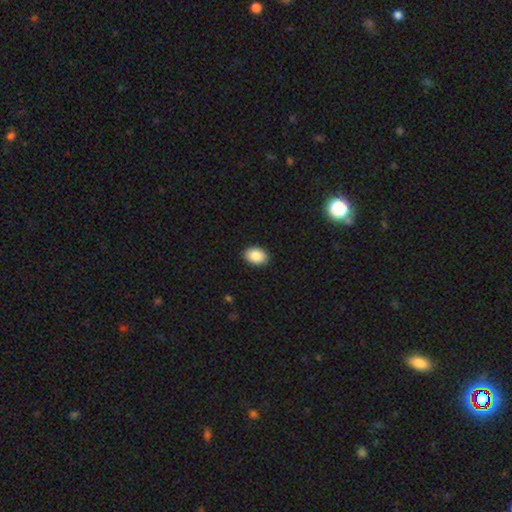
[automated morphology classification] This appears to be a smooth galaxy with no disk features (87%) that is in between round and cigar-shaped (80%). Merging: none (90%).